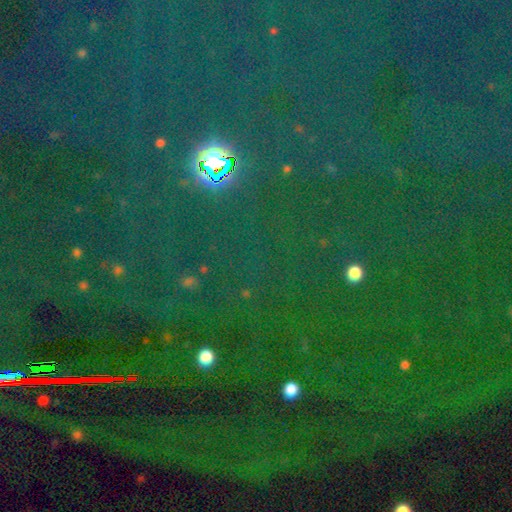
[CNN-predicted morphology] type=star or artifact (83%).